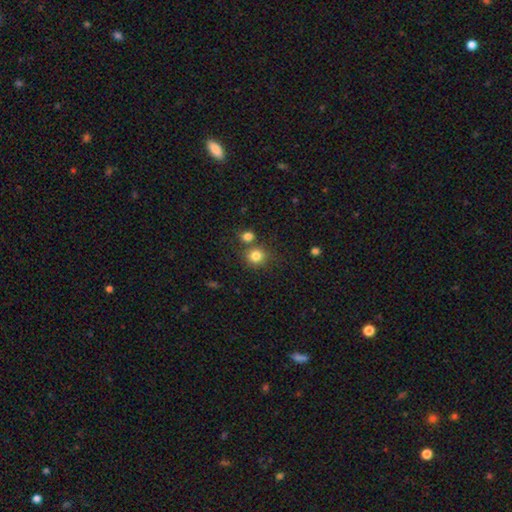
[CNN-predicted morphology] The model was most divided on "merging": none: 68%, merger: 19%, minor disturbance: 10%, major disturbance: 3%. More confident: how rounded — round (87%); smooth or featured — smooth (81%).